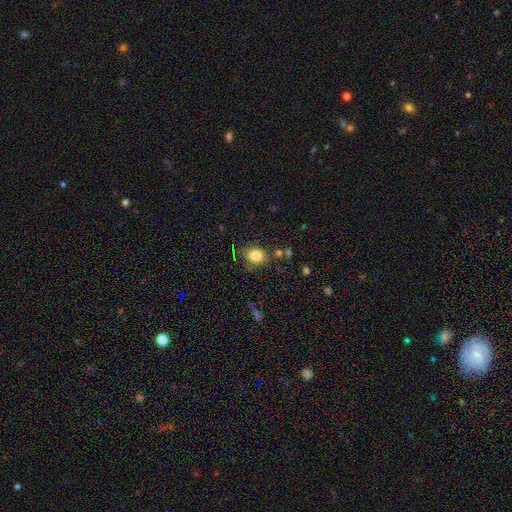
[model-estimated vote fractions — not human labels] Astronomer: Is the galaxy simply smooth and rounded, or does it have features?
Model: smooth — 82%.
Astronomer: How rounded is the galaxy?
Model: round — 61% (runner-up: in between, 38%).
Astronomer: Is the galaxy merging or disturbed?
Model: none — 77%.